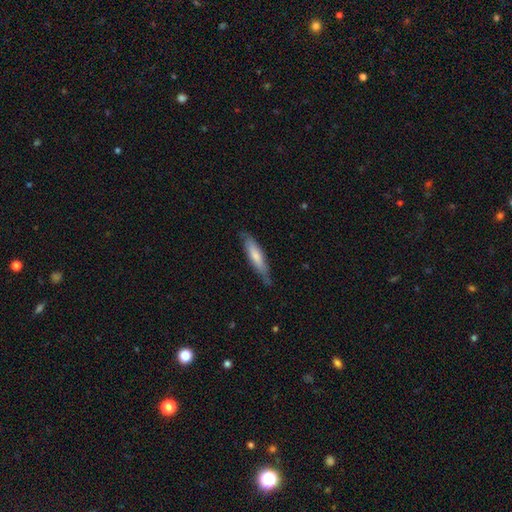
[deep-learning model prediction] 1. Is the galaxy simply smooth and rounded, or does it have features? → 66% smooth, 29% featured or disk, 5% star or artifact.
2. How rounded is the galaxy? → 80% cigar-shaped, 19% in between, 1% round.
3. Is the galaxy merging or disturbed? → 75% none, 20% minor disturbance, 4% major disturbance, 1% merger.